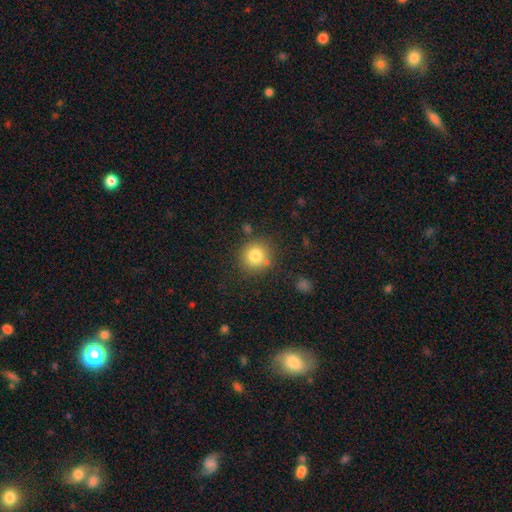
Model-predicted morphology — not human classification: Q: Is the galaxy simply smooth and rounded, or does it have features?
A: smooth — 80%.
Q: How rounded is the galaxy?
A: round — 92%.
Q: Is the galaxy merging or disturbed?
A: none — 78%.